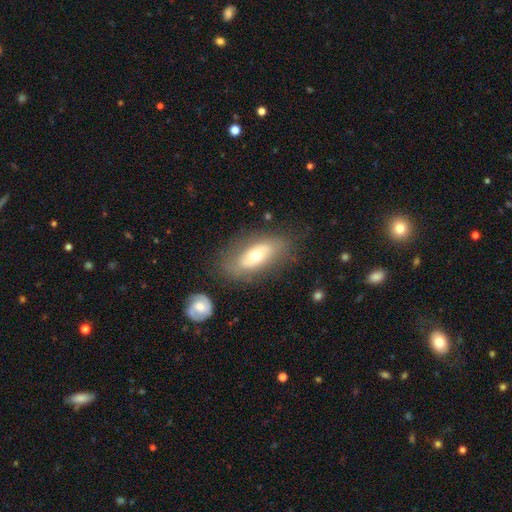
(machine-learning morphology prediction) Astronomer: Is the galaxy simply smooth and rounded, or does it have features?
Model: smooth — 51% (runner-up: featured or disk, 42%).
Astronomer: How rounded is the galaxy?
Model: in between — 85%.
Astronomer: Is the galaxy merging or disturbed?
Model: none — 71%.